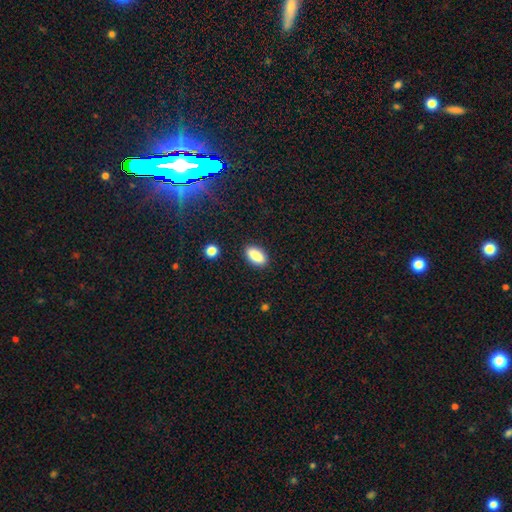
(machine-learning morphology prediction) The model was most divided on "merging": none: 88%, minor disturbance: 9%, major disturbance: 2%, merger: 1%. More confident: how rounded — in between (90%); smooth or featured — smooth (87%).